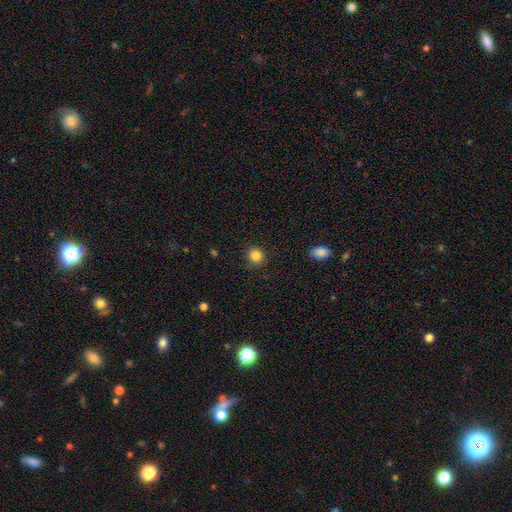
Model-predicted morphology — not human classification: Overall: smooth (85%). How rounded: round (88%). Merging: none (90%).